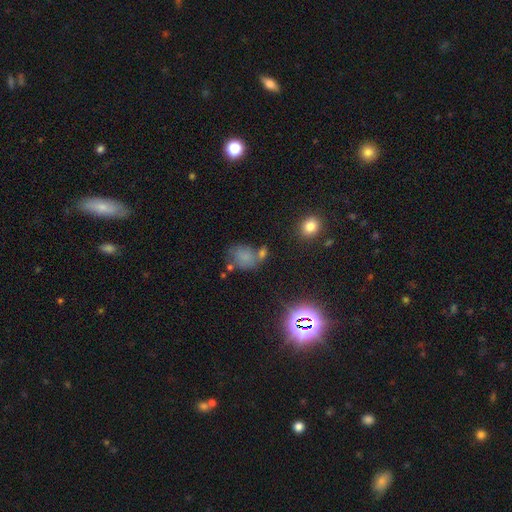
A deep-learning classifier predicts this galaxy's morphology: Smooth or featured: smooth — 54% (star or artifact — 33%)
How rounded: in between — 56% (round — 42%)
Merging: none — 53% (merger — 20%)